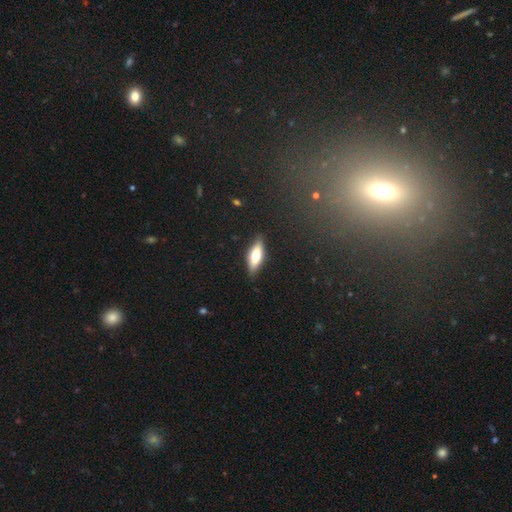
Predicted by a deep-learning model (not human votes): This appears to be a smooth galaxy with no disk features (63%) that is in between round and cigar-shaped (59%). Merging: none (86%).